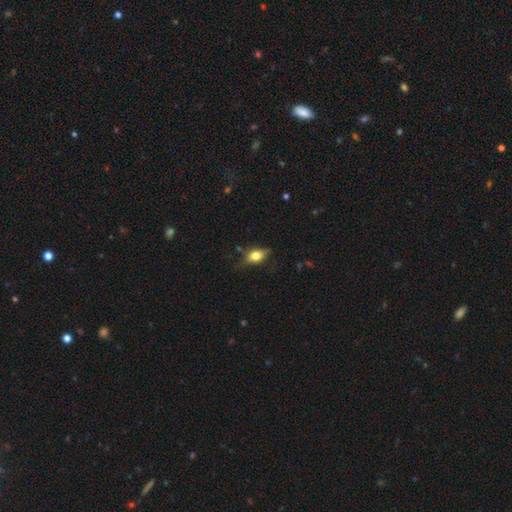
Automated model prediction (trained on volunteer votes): Smooth or featured?
  - smooth: 61% *
  - featured or disk: 30%
  - star or artifact: 9%
How rounded?
  - in between: 75% *
  - round: 17%
  - cigar-shaped: 8%
Merging?
  - none: 68% *
  - minor disturbance: 23%
  - major disturbance: 7%
  - merger: 2%